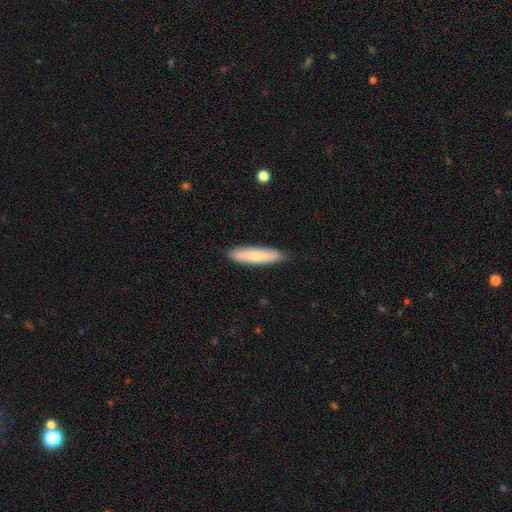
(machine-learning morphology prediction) Overall: smooth (72%). How rounded: cigar-shaped (82%). Merging: none (86%).